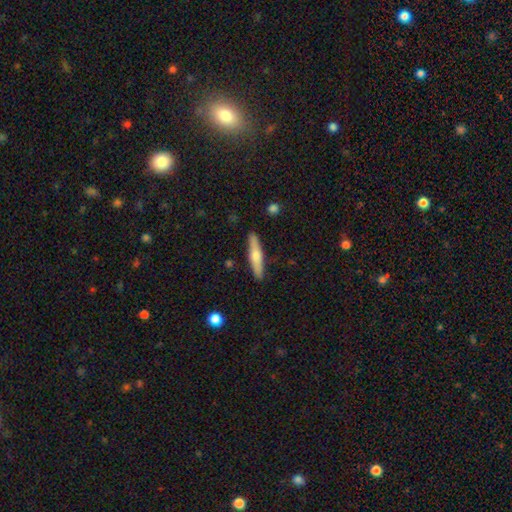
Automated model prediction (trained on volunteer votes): This is possibly a smooth galaxy (55%). How rounded: clearly cigar-shaped (85%). Merging: clearly none (89%).